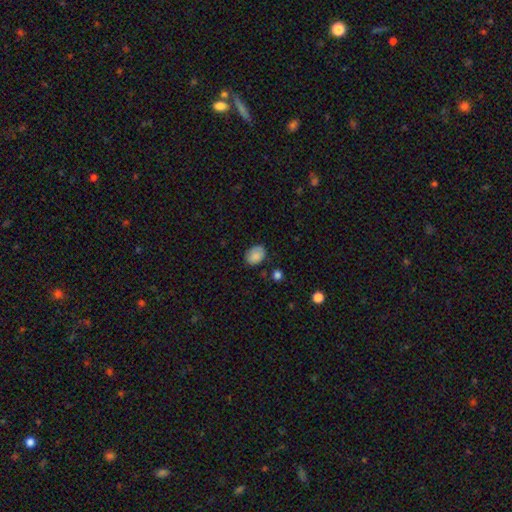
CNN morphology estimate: Smooth or featured? smooth (86%)
How rounded? in between (73%)
Merging? none (75%)